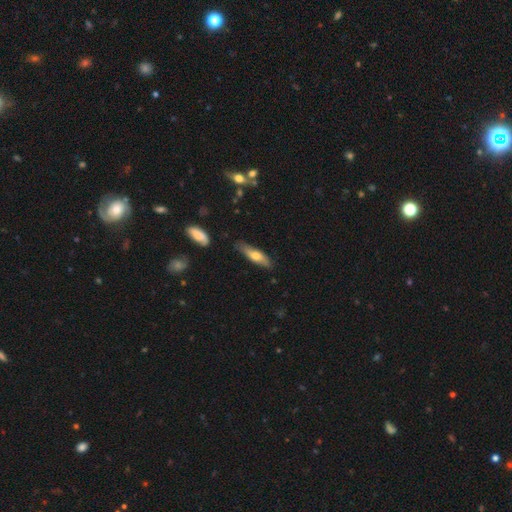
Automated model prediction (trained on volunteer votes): This is likely a smooth galaxy (62%). How rounded: likely cigar-shaped (62%). Merging: likely none (76%).